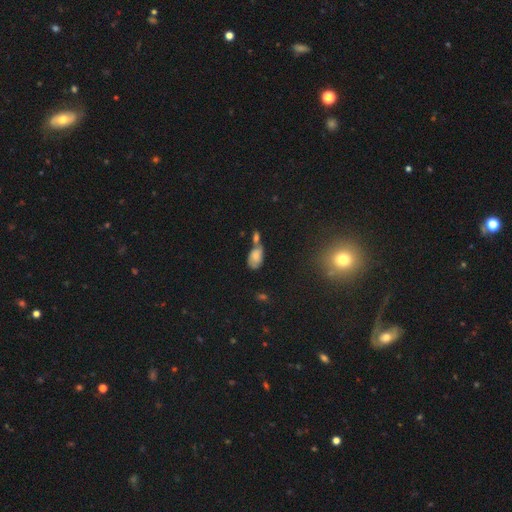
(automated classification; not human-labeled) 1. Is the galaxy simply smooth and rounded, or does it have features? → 63% smooth, 24% featured or disk, 13% star or artifact.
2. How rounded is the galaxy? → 89% in between, 8% round, 3% cigar-shaped.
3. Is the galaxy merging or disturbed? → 43% merger, 29% none, 19% minor disturbance, 9% major disturbance.